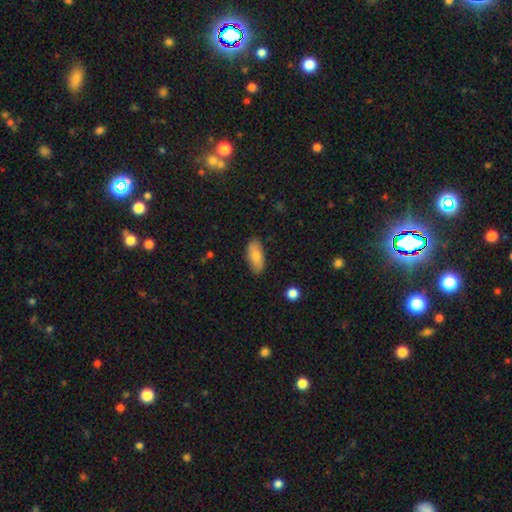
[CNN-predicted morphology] Q: Smooth or featured?
A: smooth (77%); runner-up: featured or disk (16%)
Q: How rounded?
A: in between (85%); runner-up: cigar-shaped (12%)
Q: Merging?
A: none (87%); runner-up: minor disturbance (10%)